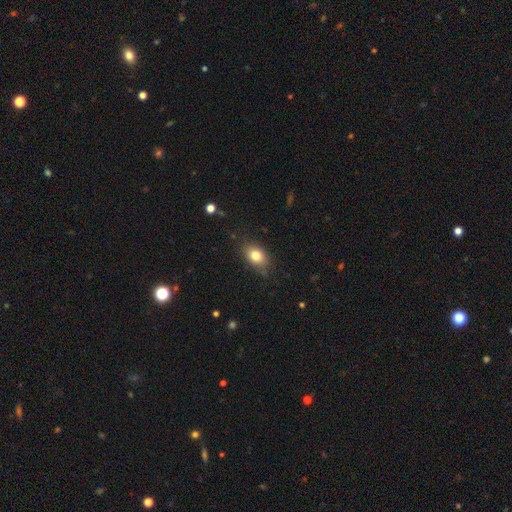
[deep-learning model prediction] Smooth or featured: smooth — 80% (featured or disk — 11%)
How rounded: in between — 77% (round — 21%)
Merging: none — 76% (minor disturbance — 19%)